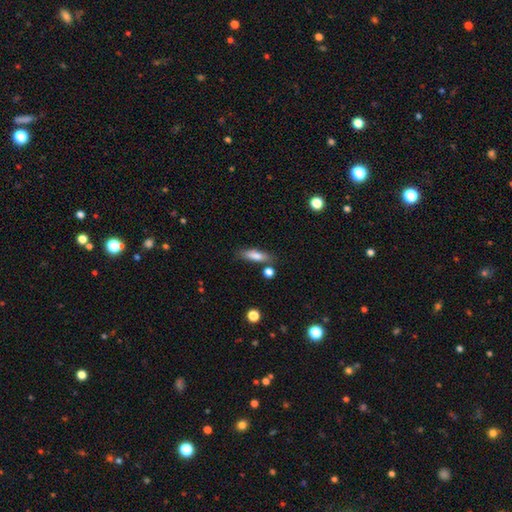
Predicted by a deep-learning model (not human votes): Q: Smooth or featured?
A: smooth (77%); runner-up: featured or disk (16%)
Q: How rounded?
A: cigar-shaped (58%); runner-up: in between (40%)
Q: Merging?
A: none (75%); runner-up: minor disturbance (15%)